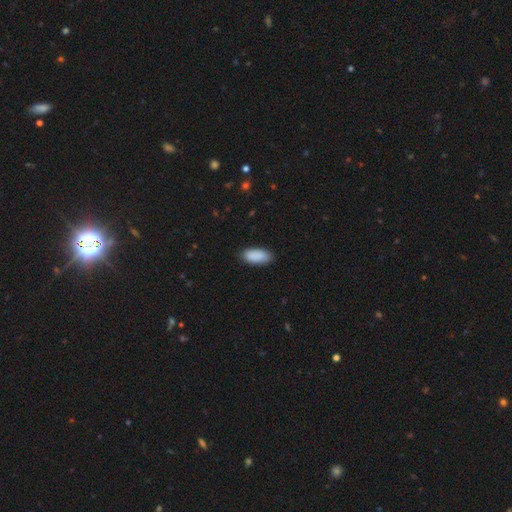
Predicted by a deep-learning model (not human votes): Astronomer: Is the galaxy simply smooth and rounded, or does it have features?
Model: smooth — 90%.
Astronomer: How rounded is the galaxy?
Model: in between — 90%.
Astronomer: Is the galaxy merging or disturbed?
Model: none — 85%.